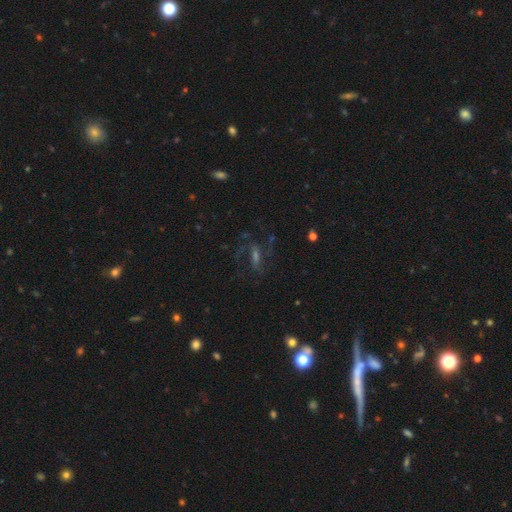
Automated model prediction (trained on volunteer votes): smooth_or_featured: featured or disk (p=0.62) [alt: star or artifact p=0.21]
disk_edge_on: no (p=0.86) [alt: yes p=0.14]
bar: weak (p=0.40) [alt: strong p=0.36]
has_spiral_arms: yes (p=0.86) [alt: no p=0.14]
bulge_size: small (p=0.36) [alt: moderate p=0.32]
merging: none (p=0.65) [alt: major disturbance p=0.18]